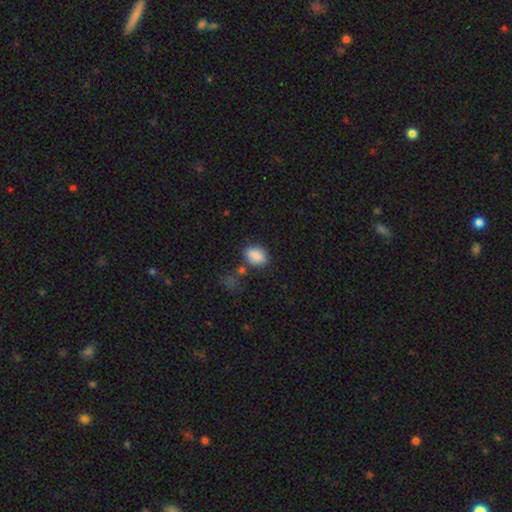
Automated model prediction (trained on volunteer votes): Smooth or featured: smooth — 85% (star or artifact — 9%)
How rounded: in between — 74% (round — 24%)
Merging: none — 69% (minor disturbance — 18%)